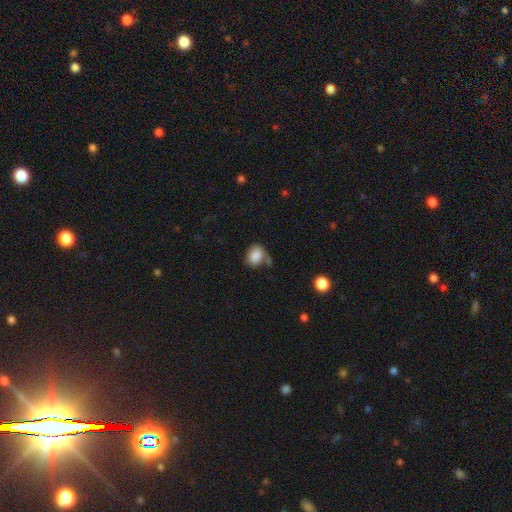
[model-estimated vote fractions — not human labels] Smooth or featured: smooth — 84% (star or artifact — 9%)
How rounded: round — 50% (in between — 49%)
Merging: none — 52% (minor disturbance — 25%)